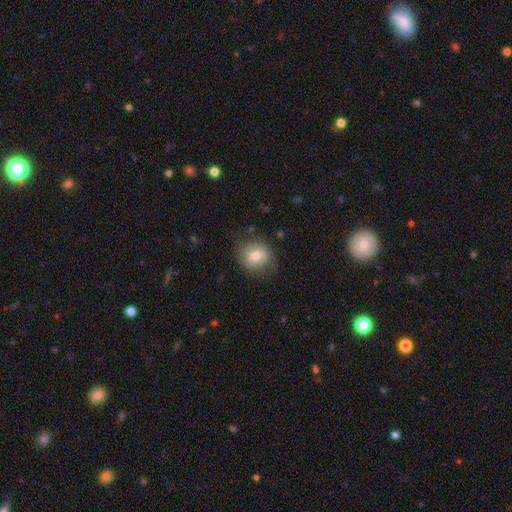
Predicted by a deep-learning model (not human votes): A smooth galaxy with no disk features (71%) that is round (81%). Merging: none (74%).